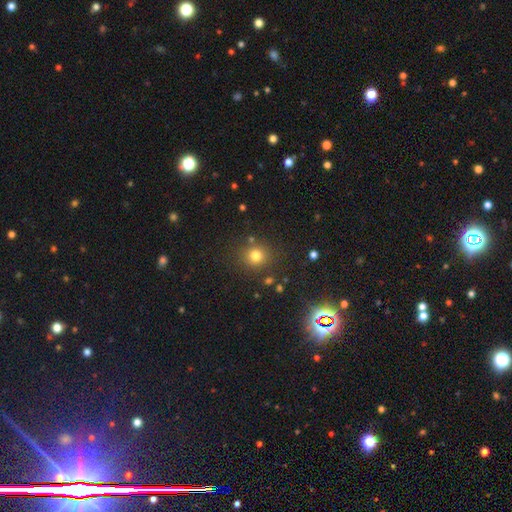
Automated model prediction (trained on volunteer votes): Smooth or featured: smooth — 77% (star or artifact — 17%)
How rounded: round — 89% (in between — 10%)
Merging: none — 84% (minor disturbance — 8%)